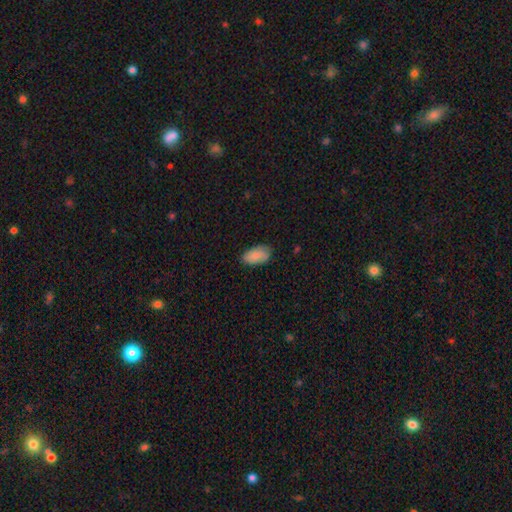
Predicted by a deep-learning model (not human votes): Morphology: type=smooth (85%); roundness=in between (94%); merging=none (78%).